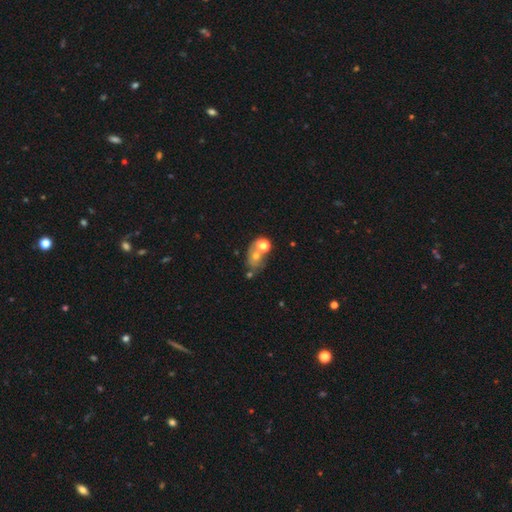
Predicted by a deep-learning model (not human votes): A smooth galaxy with no disk features (50%) that is in between round and cigar-shaped (55%). Merging: none (44%).